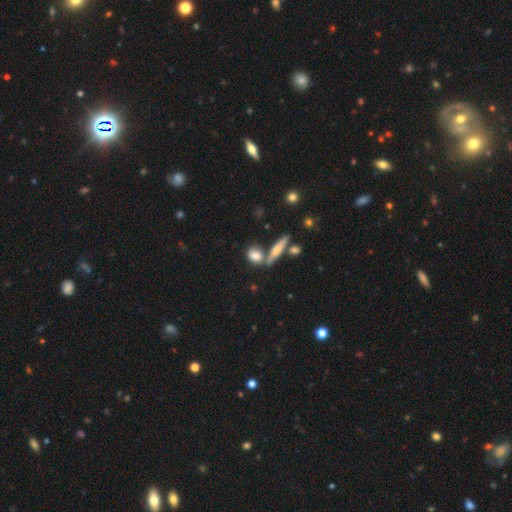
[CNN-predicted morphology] Smooth or featured? Predicted: smooth (p=0.75). How rounded? Predicted: in between (p=0.54). Merging? Predicted: none (p=0.58).